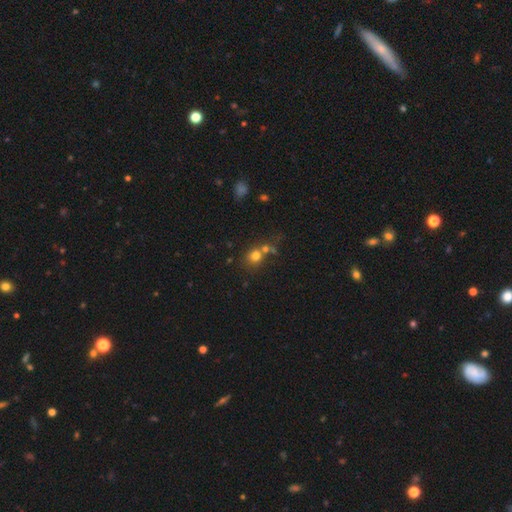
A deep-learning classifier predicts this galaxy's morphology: smooth 74%, star or artifact 15%, featured or disk 11%. Down the decision tree: how rounded — round (79%); merging — none (49%).